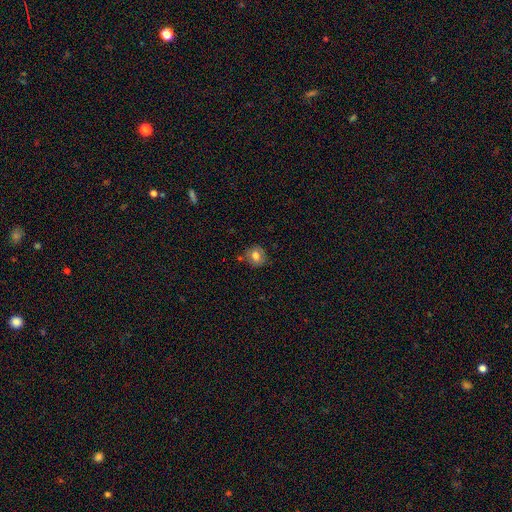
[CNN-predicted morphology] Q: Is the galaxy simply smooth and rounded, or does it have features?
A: smooth — 76%.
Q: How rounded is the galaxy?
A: round — 83%.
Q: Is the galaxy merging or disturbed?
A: none — 76%.